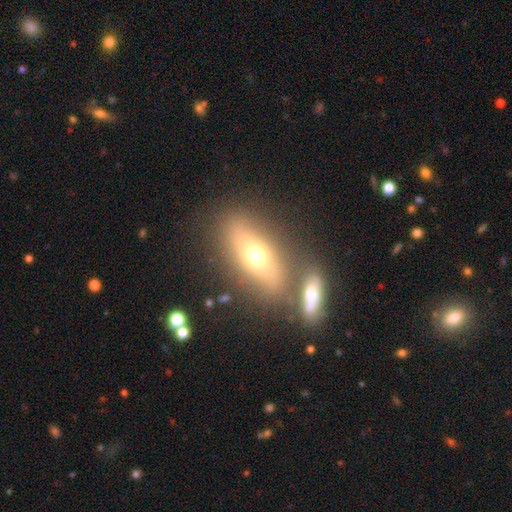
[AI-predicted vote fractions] smooth_or_featured: smooth (p=0.54) [alt: featured or disk p=0.36]
how_rounded: in between (p=0.68) [alt: cigar-shaped p=0.27]
merging: none (p=0.59) [alt: merger p=0.26]